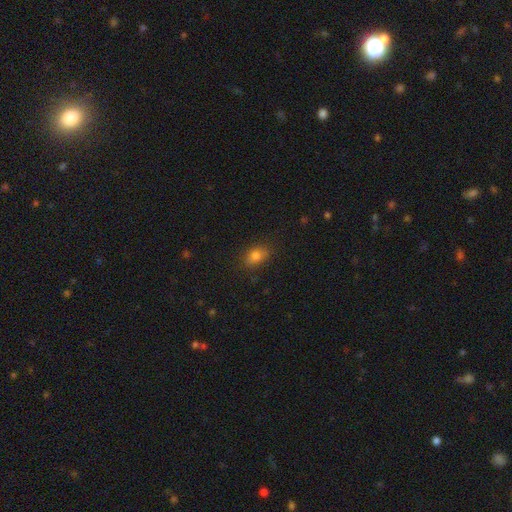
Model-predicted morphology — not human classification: A smooth galaxy with no disk features (81%) that is in between round and cigar-shaped (78%).

Vote fractions:
- Smooth or featured? smooth: 81% / star or artifact: 11% / featured or disk: 8%
- How rounded? in between: 78% / round: 20% / cigar-shaped: 3%
- Merging? none: 80% / minor disturbance: 15% / major disturbance: 4% / merger: 1%